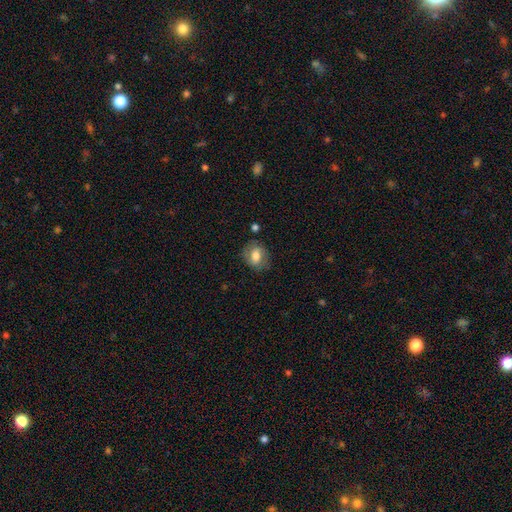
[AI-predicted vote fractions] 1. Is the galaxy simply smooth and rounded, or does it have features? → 65% smooth, 27% featured or disk, 8% star or artifact.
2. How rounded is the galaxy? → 61% in between, 38% round, 1% cigar-shaped.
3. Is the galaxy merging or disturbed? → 73% none, 18% minor disturbance, 7% major disturbance, 3% merger.